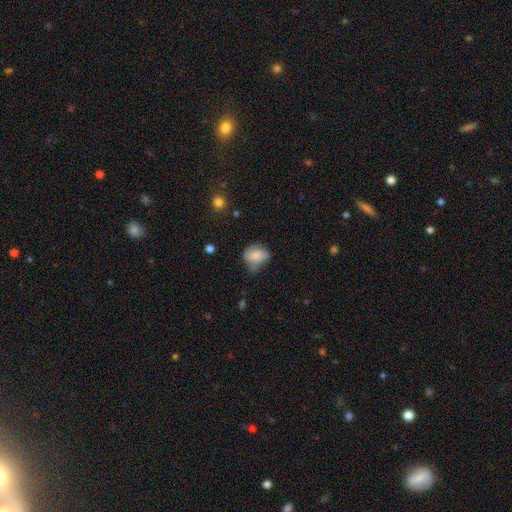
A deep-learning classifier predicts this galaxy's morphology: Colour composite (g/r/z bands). It shows a smooth galaxy with no disk features (77%) that is in between round and cigar-shaped (52%). Merging: none (43%).